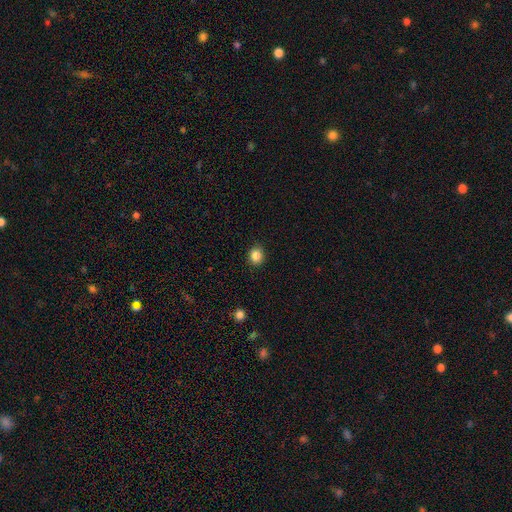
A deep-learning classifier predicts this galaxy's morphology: Smooth or featured? Predicted: smooth (p=0.86). How rounded? Predicted: round (p=0.75). Merging? Predicted: none (p=0.90).